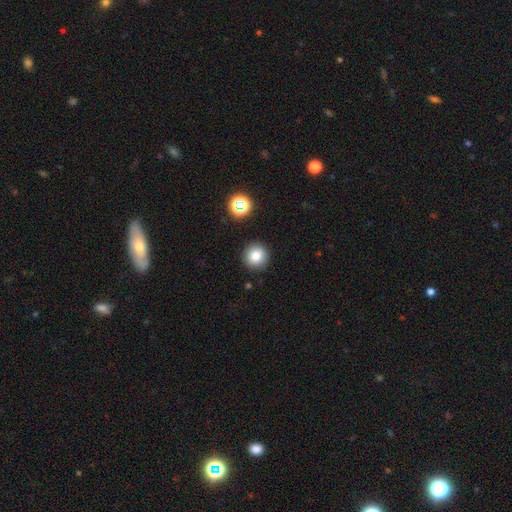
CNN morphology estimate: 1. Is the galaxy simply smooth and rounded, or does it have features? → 81% smooth, 12% star or artifact, 7% featured or disk.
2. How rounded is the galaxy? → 95% round, 4% in between, 1% cigar-shaped.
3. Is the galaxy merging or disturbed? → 90% none, 6% minor disturbance, 2% merger, 2% major disturbance.